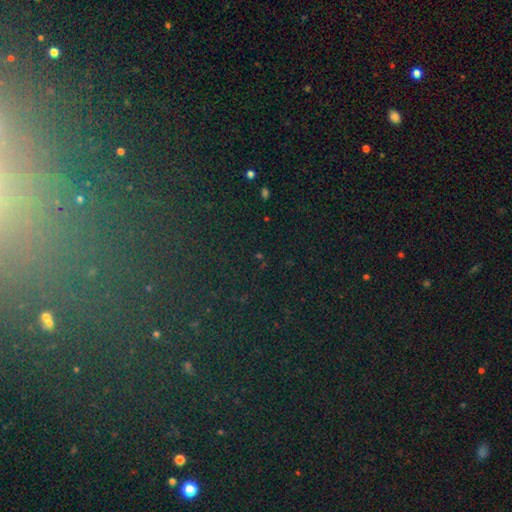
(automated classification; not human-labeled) Morphology: type=star or artifact (76%).